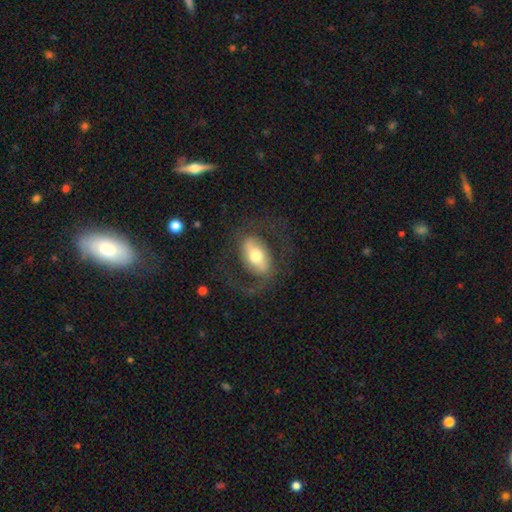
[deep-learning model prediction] Overall: featured or disk (64%; smooth 30%). Edge-on disk: no (92%). Bar: strong (46%; weak 30%). Spiral arms: yes (66%; no 34%). Bulge size: moderate (64%). Merging: none (69%).